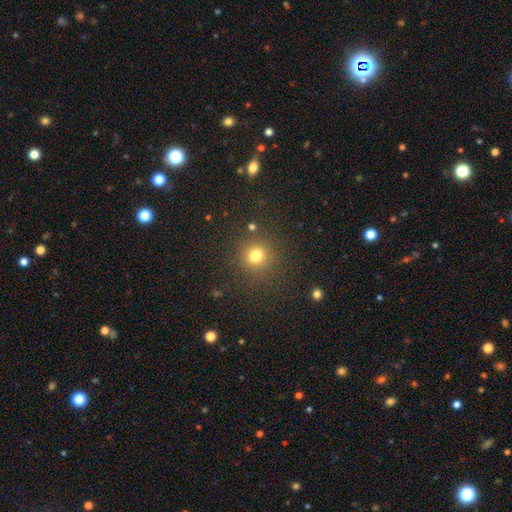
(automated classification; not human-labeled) A smooth galaxy with no disk features (76%) that is round (92%).

Vote fractions:
- Smooth or featured? smooth: 76% / star or artifact: 18% / featured or disk: 6%
- How rounded? round: 92% / in between: 7% / cigar-shaped: 1%
- Merging? none: 86% / minor disturbance: 8% / major disturbance: 4% / merger: 3%